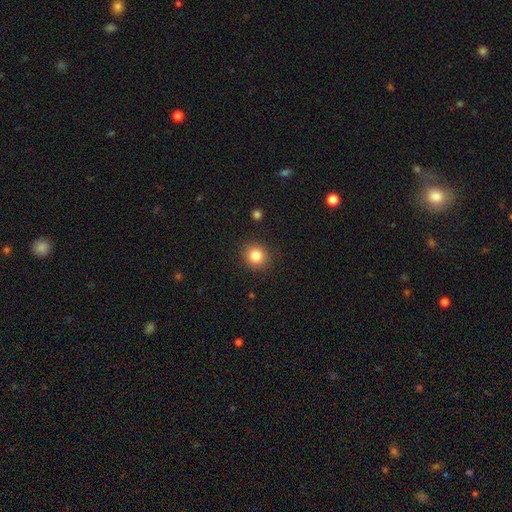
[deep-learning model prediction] Smooth or featured: smooth — 83% (star or artifact — 11%)
How rounded: round — 86% (in between — 14%)
Merging: none — 89% (minor disturbance — 7%)